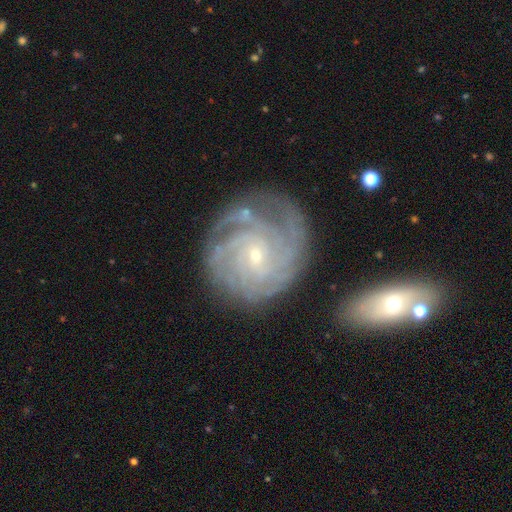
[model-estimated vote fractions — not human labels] Smooth or featured: featured or disk — 86% (smooth — 7%)
Edge-on disk: no — 98% (yes — 2%)
Bar: no — 56% (weak — 36%)
Spiral arms: yes — 97% (no — 3%)
Spiral winding: tight — 75% (medium — 21%)
Spiral arm count: 4 — 29% (can't tell — 25%)
Bulge size: small — 82% (moderate — 14%)
Merging: none — 70% (minor disturbance — 17%)